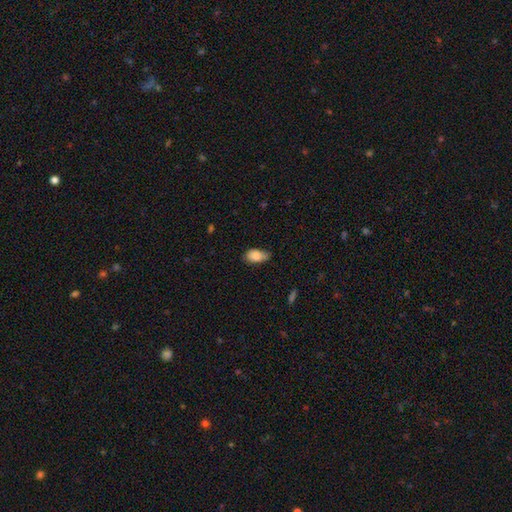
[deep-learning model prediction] smooth 85%, featured or disk 8%, star or artifact 7%. Down the decision tree: how rounded — in between (91%); merging — none (51%).